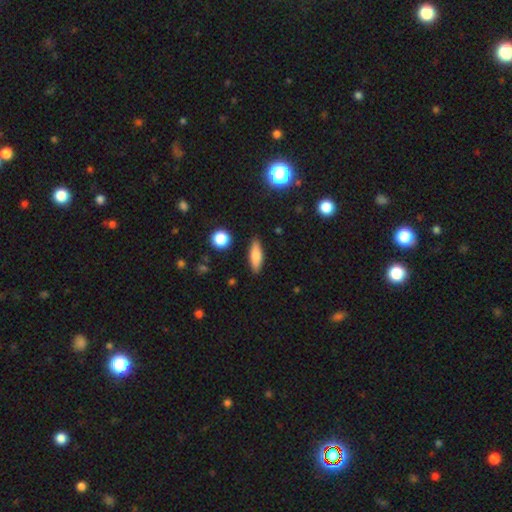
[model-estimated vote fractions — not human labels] smooth_or_featured: smooth (p=0.76) [alt: featured or disk p=0.17]
how_rounded: in between (p=0.50) [alt: cigar-shaped p=0.47]
merging: none (p=0.87) [alt: minor disturbance p=0.09]